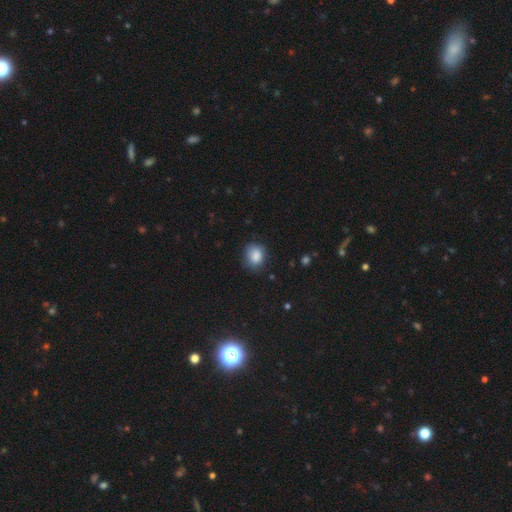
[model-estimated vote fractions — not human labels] Overall: smooth (85%). How rounded: round (59%; in between 40%). Merging: none (70%).